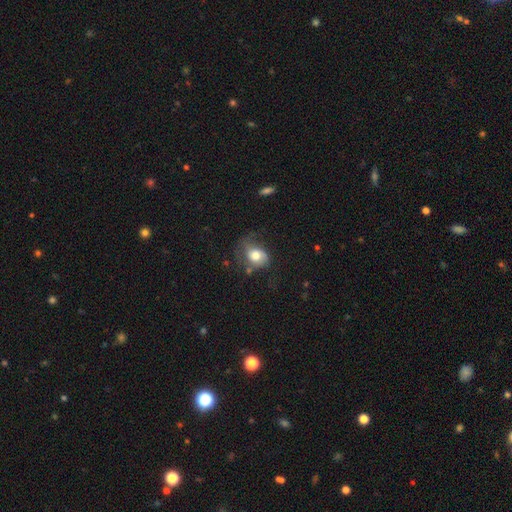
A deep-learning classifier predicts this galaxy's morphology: A smooth galaxy with no disk features (64%) that is in between round and cigar-shaped (58%).

Vote fractions:
- Smooth or featured? smooth: 64% / featured or disk: 28% / star or artifact: 8%
- How rounded? in between: 58% / round: 41% / cigar-shaped: 1%
- Merging? none: 35% / major disturbance: 31% / minor disturbance: 30% / merger: 4%